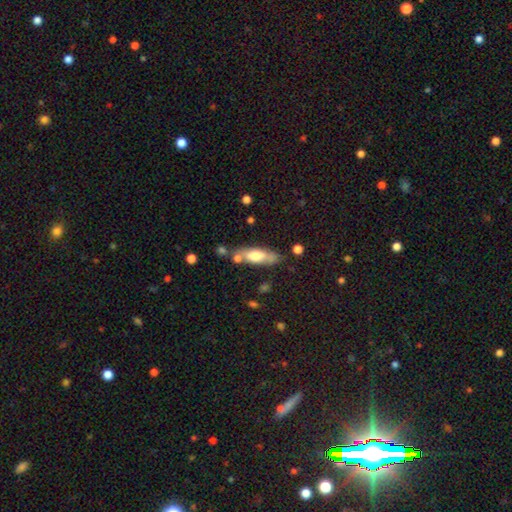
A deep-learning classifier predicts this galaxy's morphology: The model was most divided on "how rounded": in between: 56%, cigar-shaped: 42%, round: 3%. More confident: merging — none (66%); smooth or featured — smooth (63%).